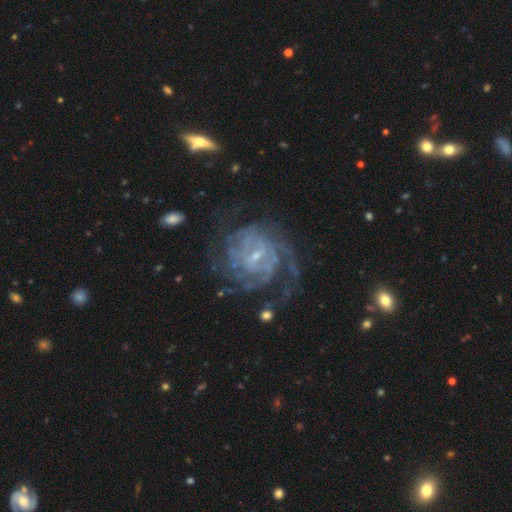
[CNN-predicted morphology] smooth_or_featured: featured or disk (p=0.88) [alt: star or artifact p=0.06]
disk_edge_on: no (p=0.98) [alt: yes p=0.02]
bar: weak (p=0.53) [alt: no p=0.32]
has_spiral_arms: yes (p=0.94) [alt: no p=0.06]
spiral_winding: tight (p=0.58) [alt: medium p=0.32]
spiral_arm_count: can't tell (p=0.38) [alt: 2 p=0.18]
bulge_size: small (p=0.74) [alt: moderate p=0.18]
merging: none (p=0.60) [alt: major disturbance p=0.20]